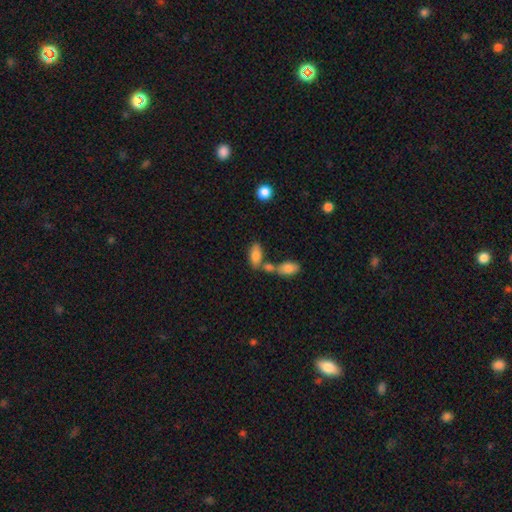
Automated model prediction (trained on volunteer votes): A smooth galaxy with no disk features (78%) that is in between round and cigar-shaped (85%). Merging: none (47%).